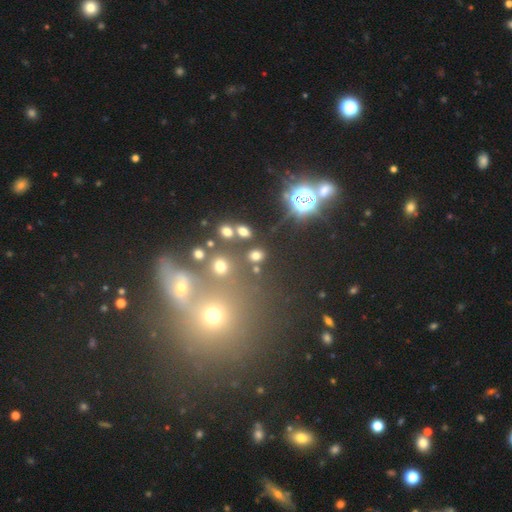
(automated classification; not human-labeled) Overall: smooth (70%). How rounded: round (50%; in between 47%). Merging: none (75%).